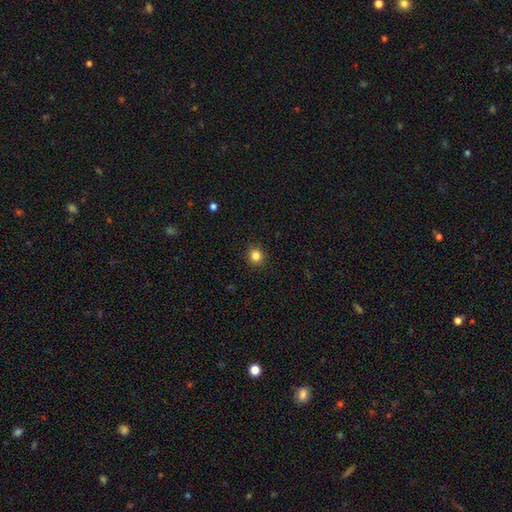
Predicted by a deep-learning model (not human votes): smooth_or_featured: smooth (p=0.84) [alt: star or artifact p=0.12]
how_rounded: round (p=0.90) [alt: in between p=0.09]
merging: none (p=0.92) [alt: minor disturbance p=0.05]